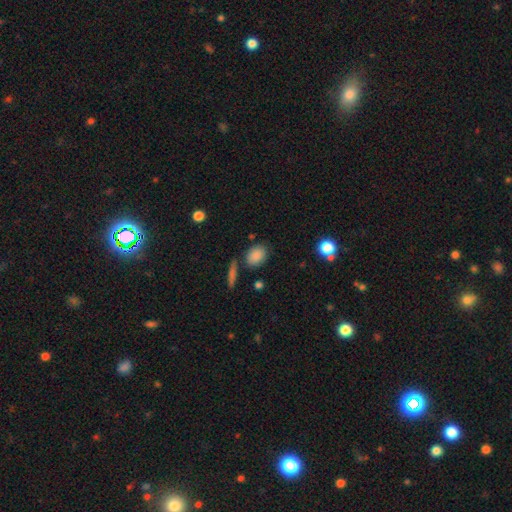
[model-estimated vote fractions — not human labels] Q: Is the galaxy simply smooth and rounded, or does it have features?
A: smooth — 86%.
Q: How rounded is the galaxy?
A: in between — 71%.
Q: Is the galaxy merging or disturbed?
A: none — 75%.